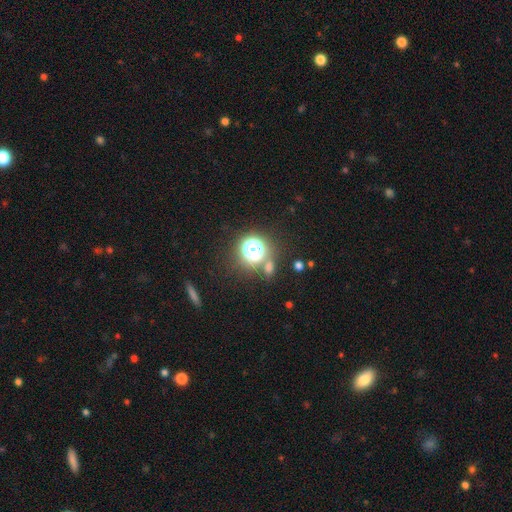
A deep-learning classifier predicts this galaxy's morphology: Q: Smooth or featured?
A: star or artifact (47%); runner-up: smooth (44%)